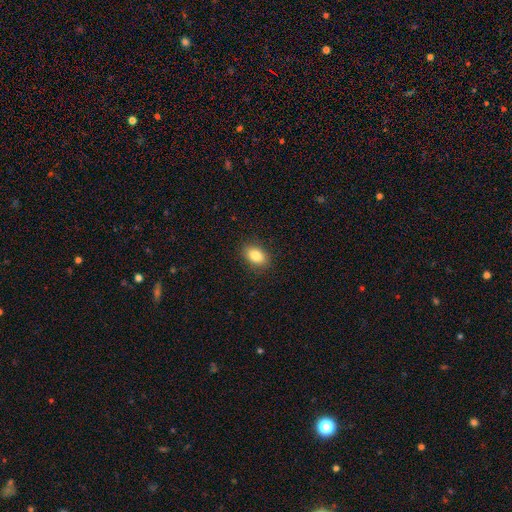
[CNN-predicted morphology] smooth_or_featured: smooth (p=0.85) [alt: star or artifact p=0.08]
how_rounded: in between (p=0.86) [alt: round p=0.13]
merging: none (p=0.88) [alt: minor disturbance p=0.08]